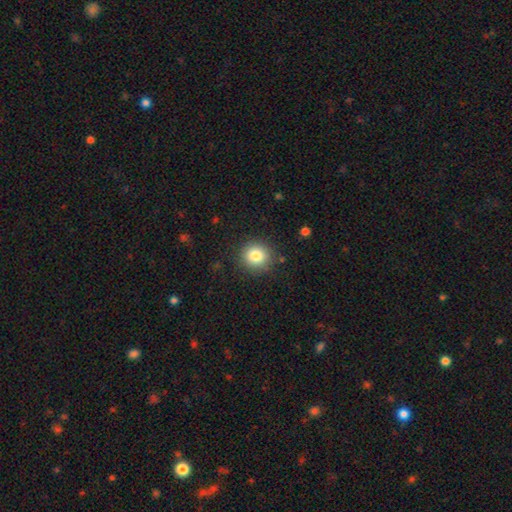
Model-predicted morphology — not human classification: Q: Smooth or featured?
A: smooth (83%); runner-up: star or artifact (10%)
Q: How rounded?
A: round (91%); runner-up: in between (8%)
Q: Merging?
A: none (88%); runner-up: minor disturbance (8%)